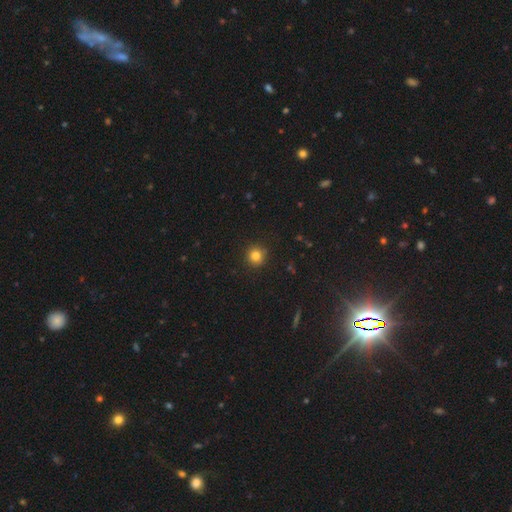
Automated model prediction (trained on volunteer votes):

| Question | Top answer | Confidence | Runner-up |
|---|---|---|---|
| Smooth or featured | smooth | 82% | star or artifact (13%) |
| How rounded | round | 94% | in between (5%) |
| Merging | none | 91% | minor disturbance (6%) |